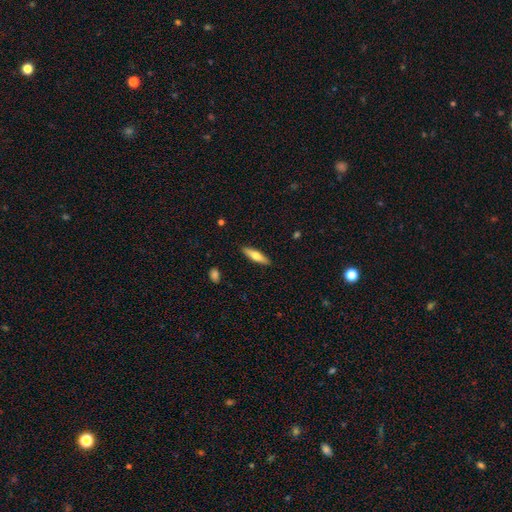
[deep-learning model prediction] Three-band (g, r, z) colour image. It shows a smooth galaxy with no disk features (58%) that is cigar-shaped (72%). Merging: none (90%).